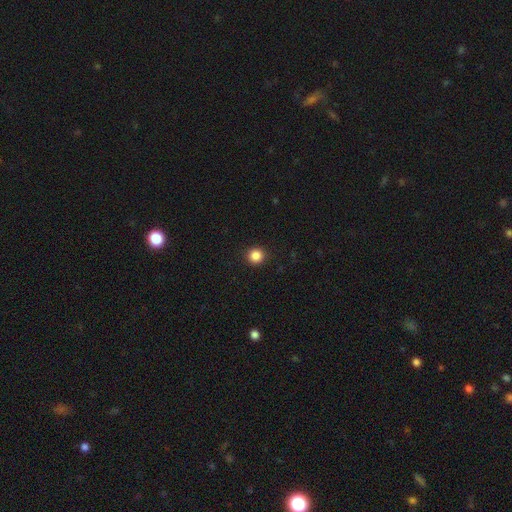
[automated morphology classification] This is clearly a smooth galaxy (86%). How rounded: clearly round (94%). Merging: clearly none (93%).